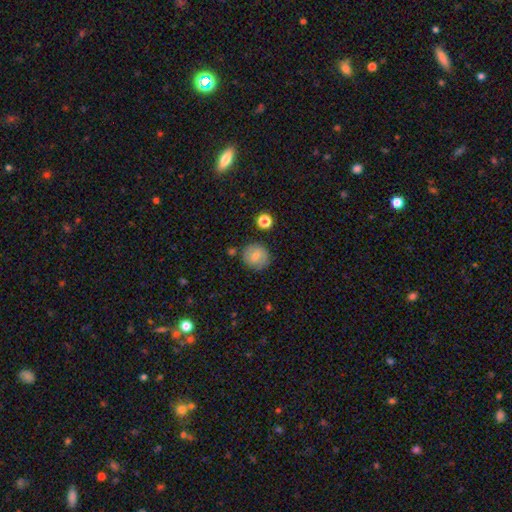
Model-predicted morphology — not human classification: Smooth or featured?
  - smooth: 65% *
  - featured or disk: 26%
  - star or artifact: 9%
How rounded?
  - round: 87% *
  - in between: 12%
  - cigar-shaped: 1%
Merging?
  - none: 83% *
  - minor disturbance: 11%
  - merger: 3%
  - major disturbance: 3%